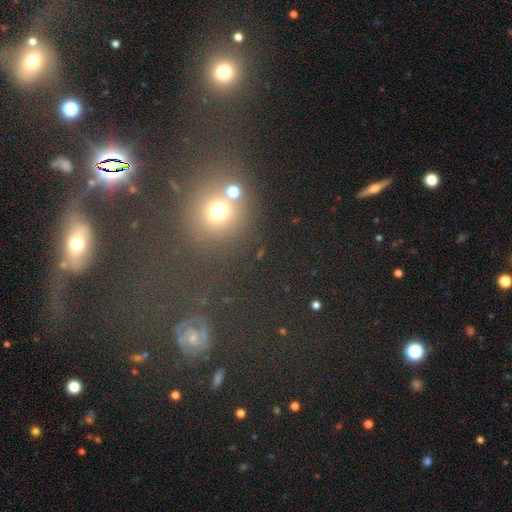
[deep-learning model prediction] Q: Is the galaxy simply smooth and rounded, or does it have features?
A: smooth — 46%.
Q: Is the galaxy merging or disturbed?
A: none — 56%.